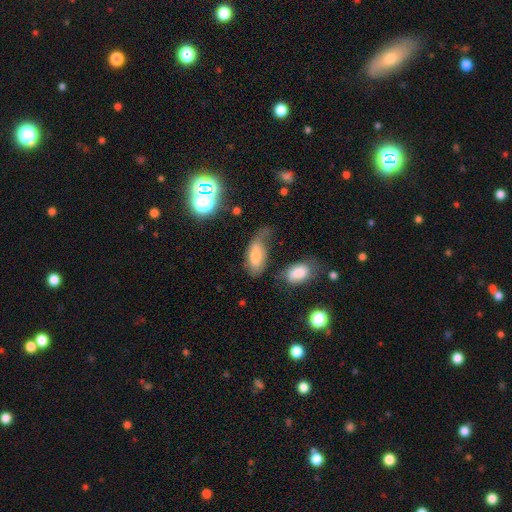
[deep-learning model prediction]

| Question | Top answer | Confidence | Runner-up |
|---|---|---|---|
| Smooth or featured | smooth | 69% | featured or disk (22%) |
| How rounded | in between | 90% | cigar-shaped (7%) |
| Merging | none | 32% | minor disturbance (31%) |